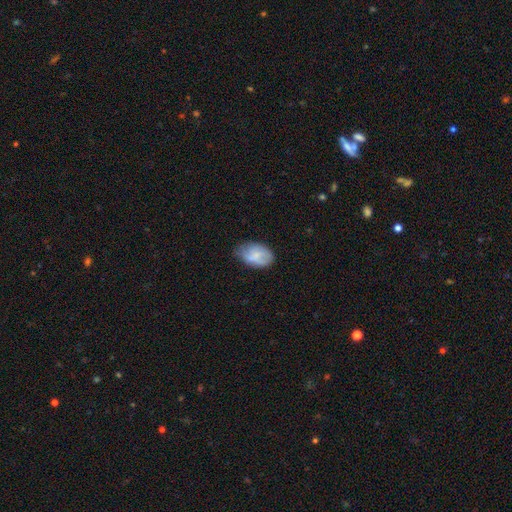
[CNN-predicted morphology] smooth-or-featured: smooth: 73% | featured or disk: 20% | star or artifact: 7%
  how-rounded: in between: 89% | round: 10% | cigar-shaped: 1%
  merging: none: 59% | minor disturbance: 32% | major disturbance: 8% | merger: 2%